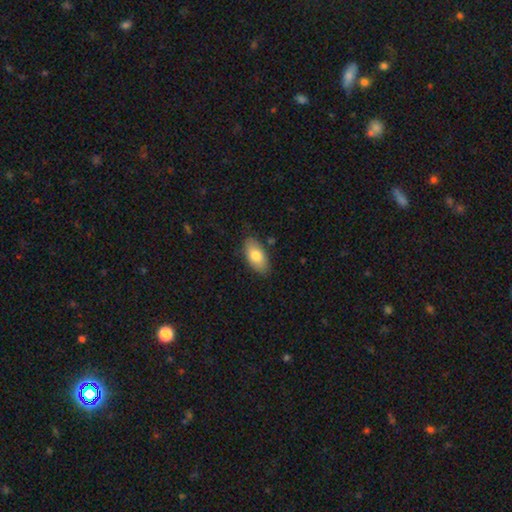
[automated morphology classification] Overall: smooth (80%). How rounded: in between (92%). Merging: none (82%).